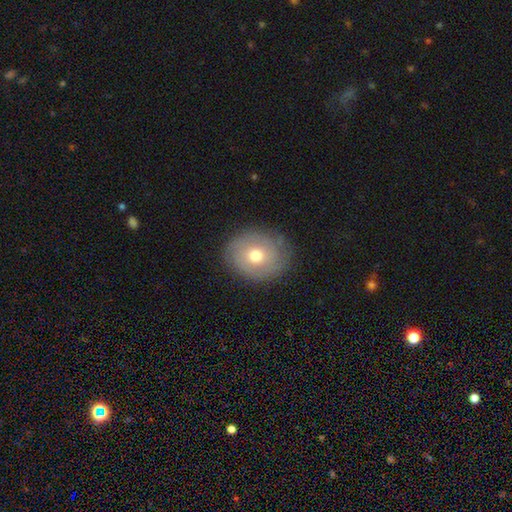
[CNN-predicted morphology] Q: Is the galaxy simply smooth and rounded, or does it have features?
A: smooth — 57%.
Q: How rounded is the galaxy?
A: round — 65%.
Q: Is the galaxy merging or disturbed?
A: none — 80%.